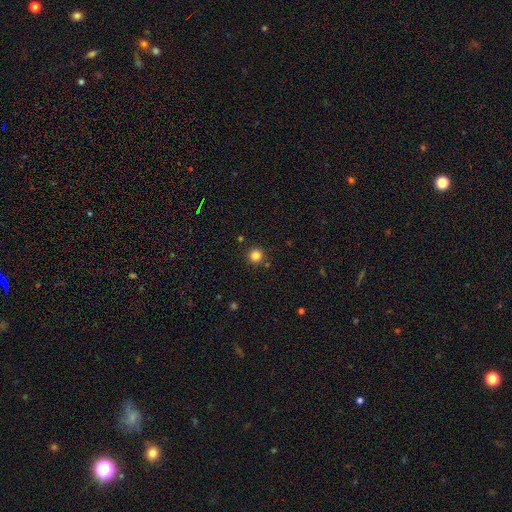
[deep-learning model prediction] This is clearly a smooth galaxy (82%). How rounded: clearly round (95%). Merging: clearly none (89%).